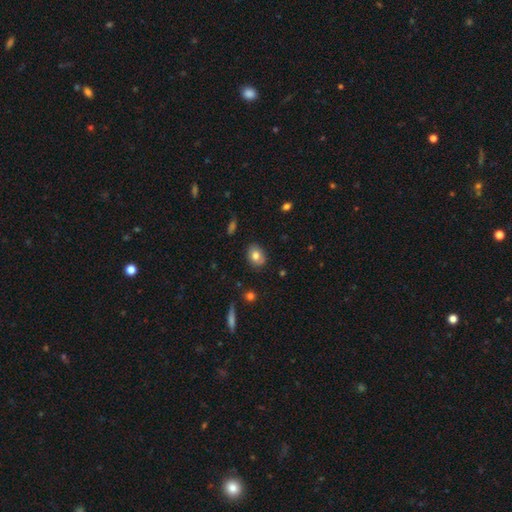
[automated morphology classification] type=smooth (78%); roundness=in between (64%); merging=none (84%).